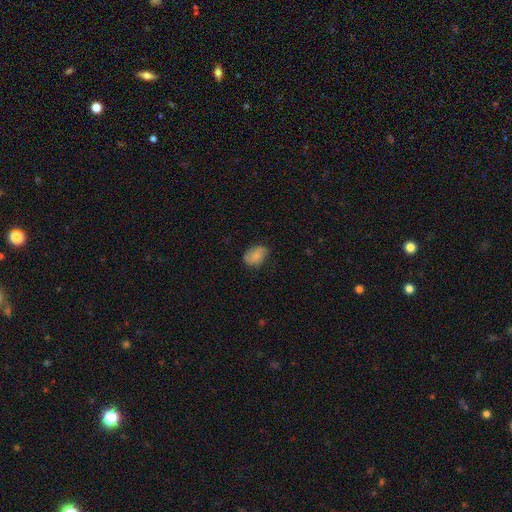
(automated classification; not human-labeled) This is likely a smooth galaxy (70%). How rounded: clearly in between (81%). Merging: likely none (70%).